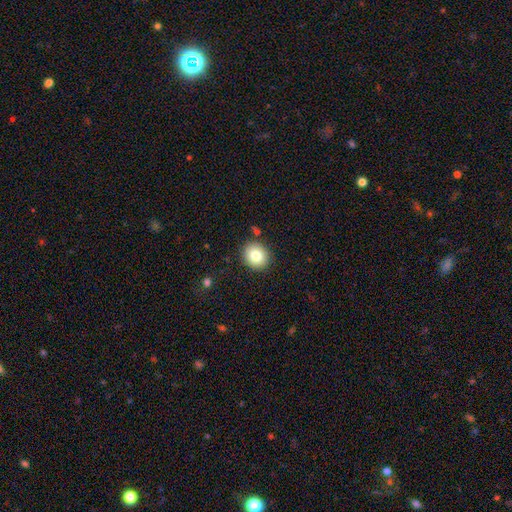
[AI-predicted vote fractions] The model was most divided on "how rounded": round: 83%, in between: 16%, cigar-shaped: 1%. More confident: merging — none (88%); smooth or featured — smooth (80%).